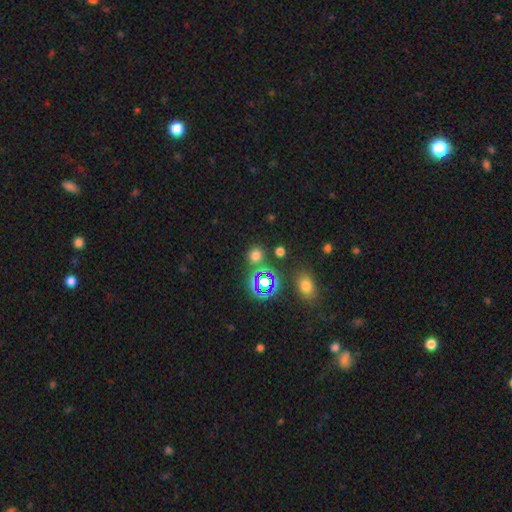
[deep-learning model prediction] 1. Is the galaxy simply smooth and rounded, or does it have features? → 64% smooth, 30% star or artifact, 6% featured or disk.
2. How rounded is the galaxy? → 85% round, 14% in between, 1% cigar-shaped.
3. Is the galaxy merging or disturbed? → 79% none, 9% merger, 9% minor disturbance, 4% major disturbance.